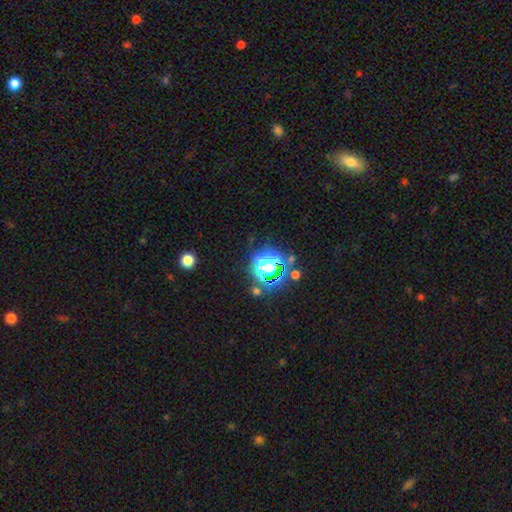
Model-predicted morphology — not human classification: Overall: star or artifact (76%).